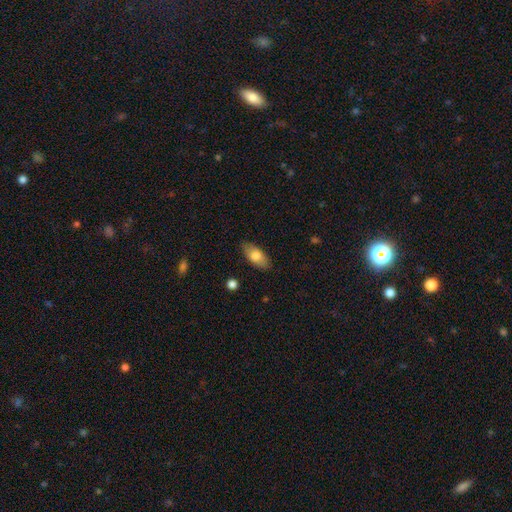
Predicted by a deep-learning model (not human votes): Overall: smooth (77%). How rounded: in between (86%). Merging: none (85%).